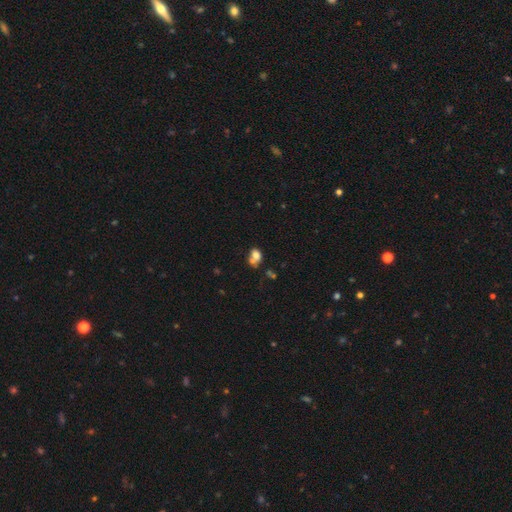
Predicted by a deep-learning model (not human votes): The model was most divided on "how rounded": in between: 59%, round: 40%, cigar-shaped: 1%. More confident: smooth or featured — smooth (70%); merging — merger (52%).